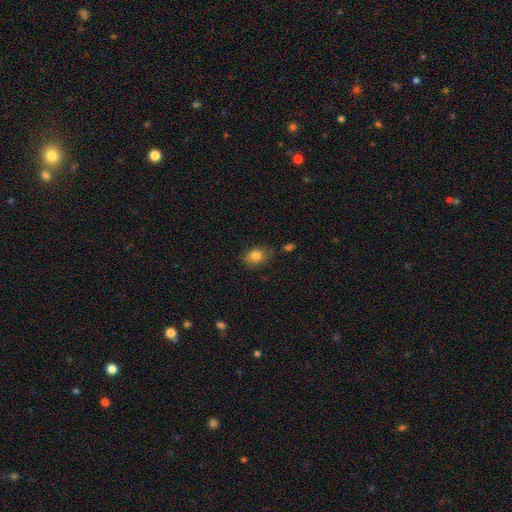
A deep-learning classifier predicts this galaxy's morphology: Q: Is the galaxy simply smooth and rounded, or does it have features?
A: smooth — 82%.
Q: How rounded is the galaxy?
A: in between — 69%.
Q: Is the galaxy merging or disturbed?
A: none — 75%.